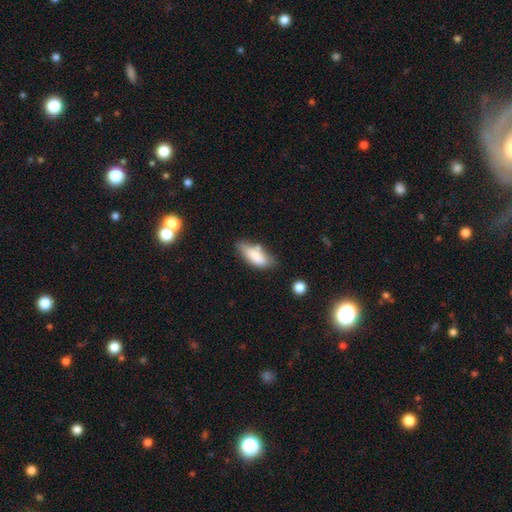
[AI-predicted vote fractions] Smooth or featured? smooth (77%)
How rounded? in between (76%)
Merging? none (49%)